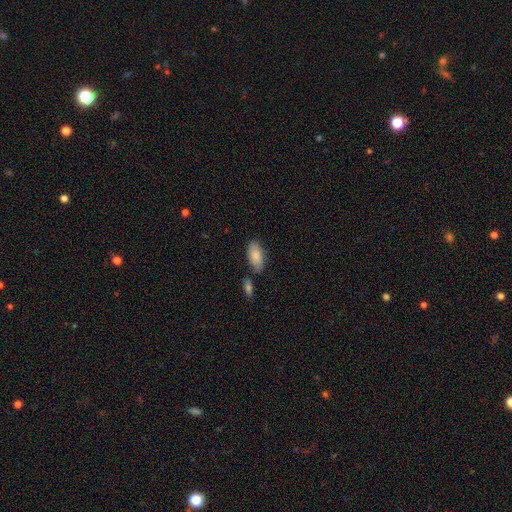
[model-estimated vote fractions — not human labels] Smooth or featured? Predicted: smooth (p=0.85). How rounded? Predicted: in between (p=0.90). Merging? Predicted: none (p=0.73).